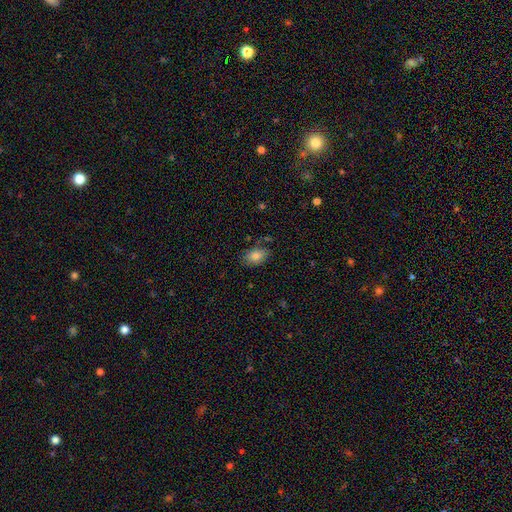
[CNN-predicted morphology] This appears to be a smooth galaxy with no disk features (83%) that is in between round and cigar-shaped (86%). Merging: none (79%).